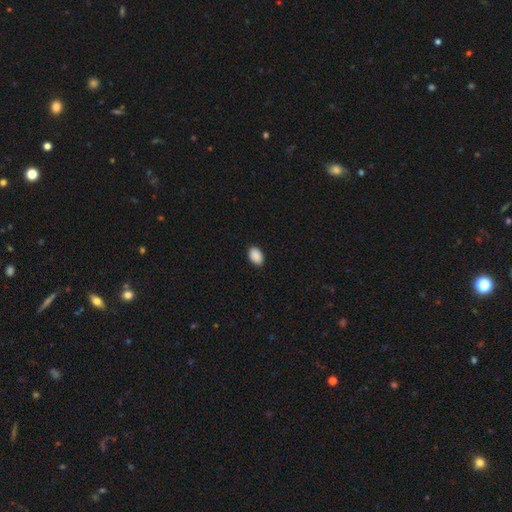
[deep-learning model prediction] Smooth or featured? Predicted: smooth (p=0.90). How rounded? Predicted: in between (p=0.88). Merging? Predicted: none (p=0.89).